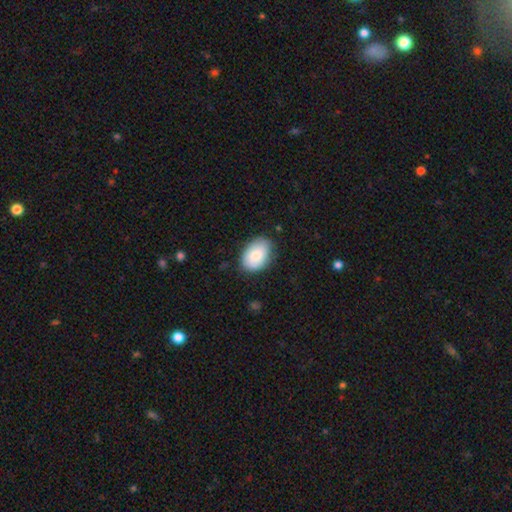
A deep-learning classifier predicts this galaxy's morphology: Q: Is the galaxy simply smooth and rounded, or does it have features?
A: smooth — 81%.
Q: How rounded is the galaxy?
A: in between — 83%.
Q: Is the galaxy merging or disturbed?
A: none — 78%.